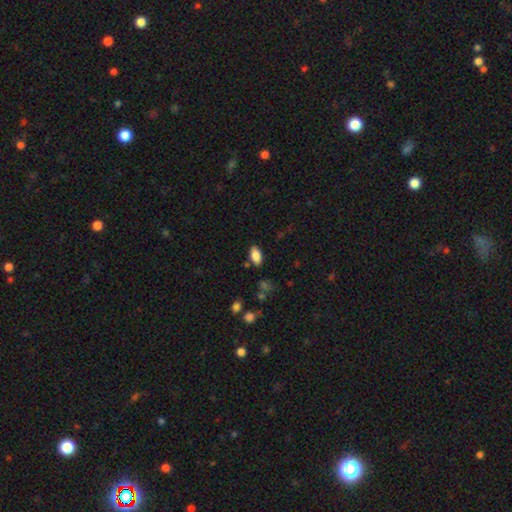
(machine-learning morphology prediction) A smooth galaxy with no disk features (85%) that is in between round and cigar-shaped (92%). Merging: none (84%).